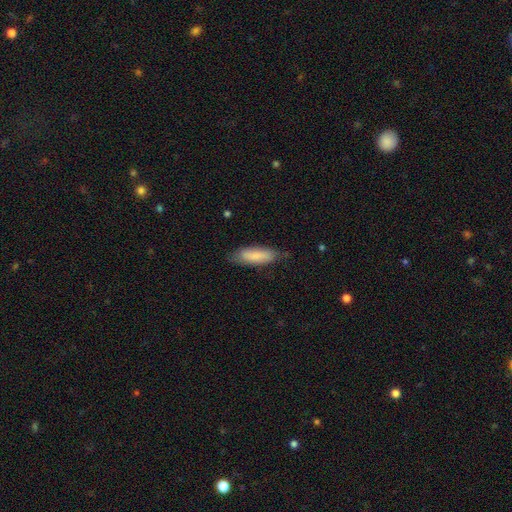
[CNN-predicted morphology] The model was most divided on "how rounded": in between: 50%, cigar-shaped: 48%, round: 1%. More confident: smooth or featured — smooth (80%); merging — none (75%).